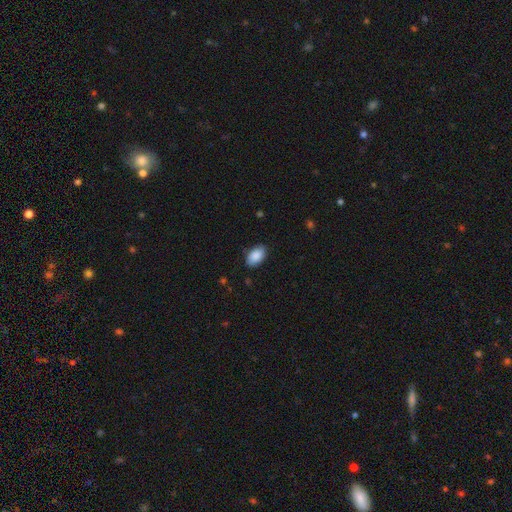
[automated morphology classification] Smooth or featured: smooth — 89% (star or artifact — 6%)
How rounded: in between — 93% (round — 6%)
Merging: none — 85% (minor disturbance — 12%)